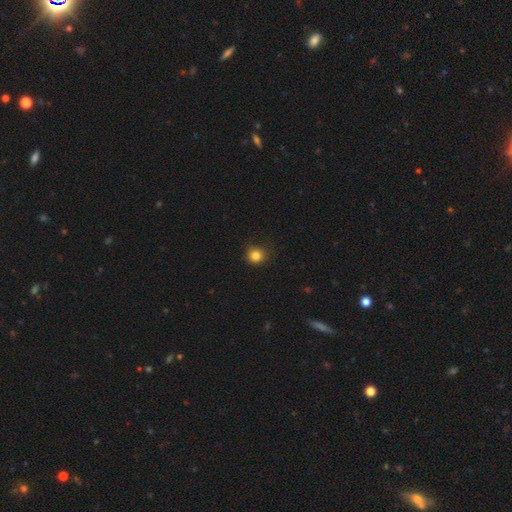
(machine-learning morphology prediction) Q: Smooth or featured?
A: smooth (83%); runner-up: star or artifact (12%)
Q: How rounded?
A: round (91%); runner-up: in between (8%)
Q: Merging?
A: none (85%); runner-up: minor disturbance (11%)